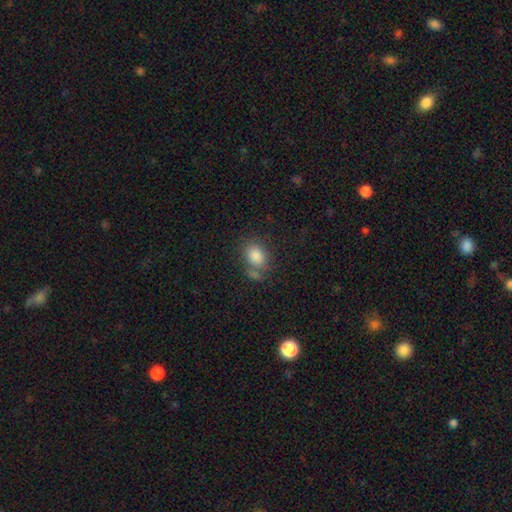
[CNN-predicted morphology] The model was most divided on "how rounded": in between: 65%, round: 34%, cigar-shaped: 1%. More confident: smooth or featured — smooth (83%); merging — none (58%).